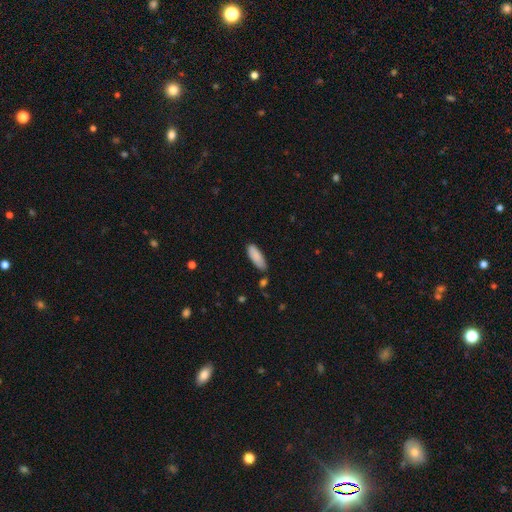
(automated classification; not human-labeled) Smooth or featured: smooth — 88% (featured or disk — 6%)
How rounded: in between — 65% (cigar-shaped — 33%)
Merging: none — 77% (minor disturbance — 17%)